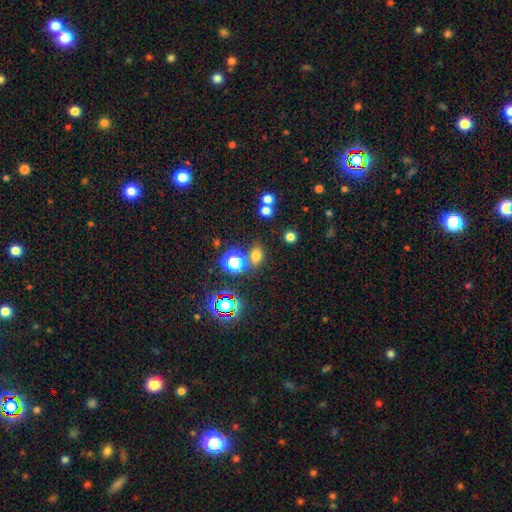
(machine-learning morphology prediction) Q: Smooth or featured?
A: smooth (67%); runner-up: star or artifact (25%)
Q: How rounded?
A: round (52%); runner-up: in between (47%)
Q: Merging?
A: none (74%); runner-up: merger (11%)